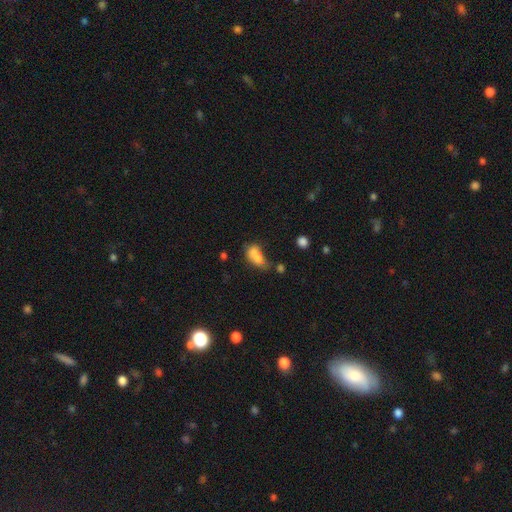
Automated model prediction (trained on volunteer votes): Smooth or featured?
  - smooth: 69% *
  - featured or disk: 20%
  - star or artifact: 11%
How rounded?
  - in between: 77% *
  - round: 18%
  - cigar-shaped: 5%
Merging?
  - merger: 55% *
  - none: 22%
  - minor disturbance: 13%
  - major disturbance: 10%